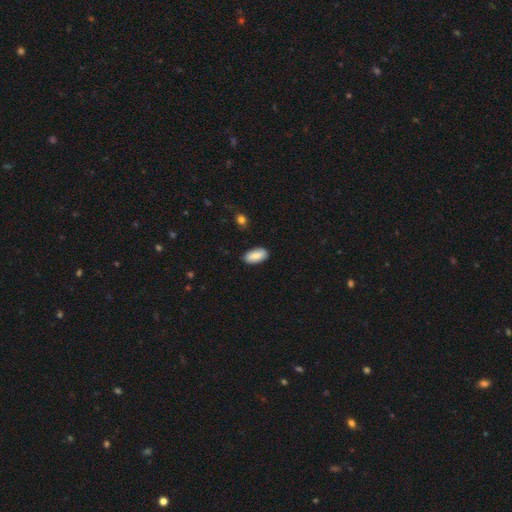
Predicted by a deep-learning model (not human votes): Smooth or featured? smooth (86%)
How rounded? in between (93%)
Merging? none (87%)